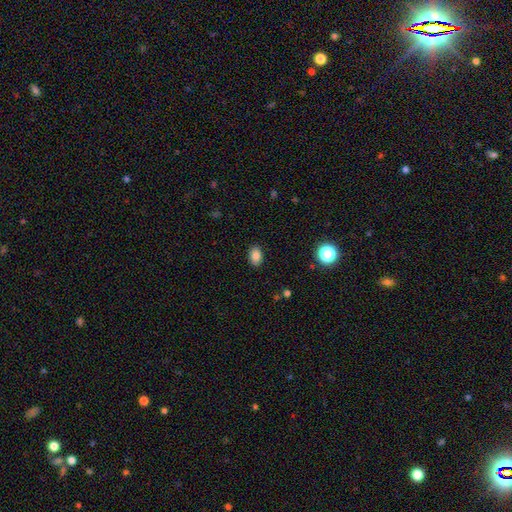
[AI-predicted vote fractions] smooth 84%, star or artifact 10%, featured or disk 5%. Down the decision tree: how rounded — in between (83%); merging — none (88%).